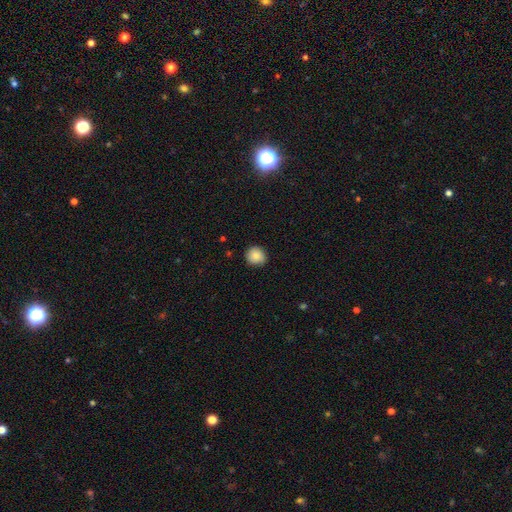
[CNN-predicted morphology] Smooth or featured? smooth (85%)
How rounded? round (91%)
Merging? none (86%)